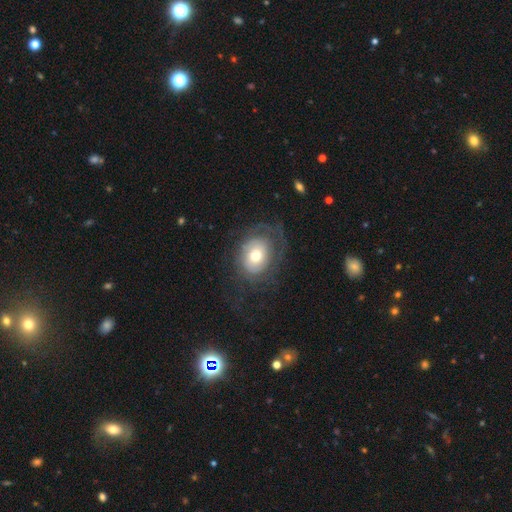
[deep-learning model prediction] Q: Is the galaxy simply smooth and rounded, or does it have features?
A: featured or disk — 48%.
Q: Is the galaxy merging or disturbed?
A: none — 59%.